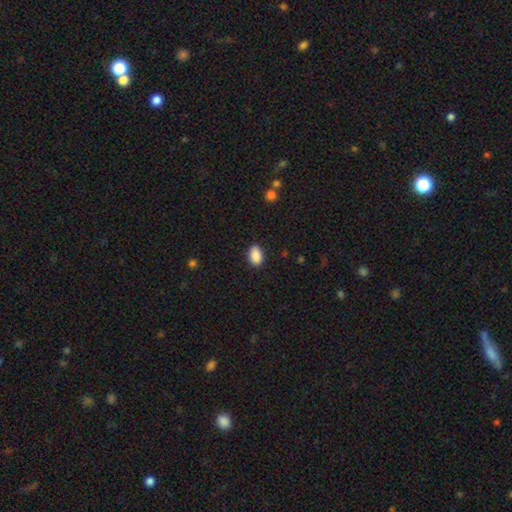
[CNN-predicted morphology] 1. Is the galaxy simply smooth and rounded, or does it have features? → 89% smooth, 8% star or artifact, 3% featured or disk.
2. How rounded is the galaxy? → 89% in between, 9% round, 2% cigar-shaped.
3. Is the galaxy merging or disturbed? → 87% none, 10% minor disturbance, 2% major disturbance, 1% merger.